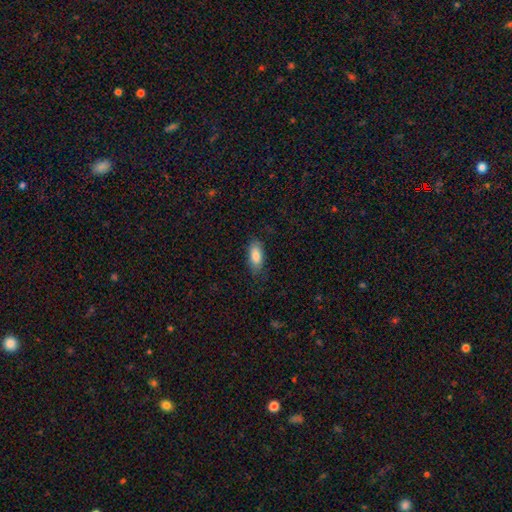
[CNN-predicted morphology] A smooth galaxy with no disk features (86%) that is in between round and cigar-shaped (85%).

Vote fractions:
- Smooth or featured? smooth: 86% / featured or disk: 8% / star or artifact: 6%
- How rounded? in between: 85% / cigar-shaped: 13% / round: 2%
- Merging? none: 78% / minor disturbance: 16% / major disturbance: 4% / merger: 1%